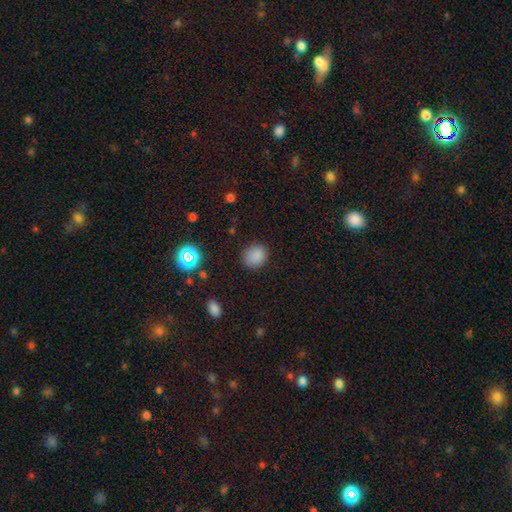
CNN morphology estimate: This appears to be a smooth galaxy with no disk features (83%) that is round (72%). Merging: none (85%).